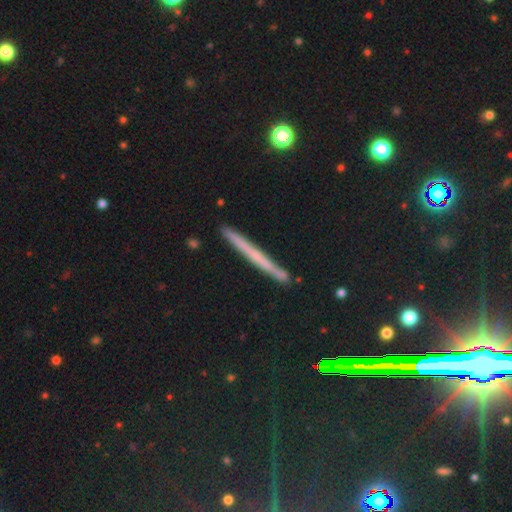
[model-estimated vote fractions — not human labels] smooth-or-featured: featured or disk: 43% | smooth: 40% | star or artifact: 17%
  merging: none: 88% | minor disturbance: 9% | major disturbance: 2% | merger: 2%